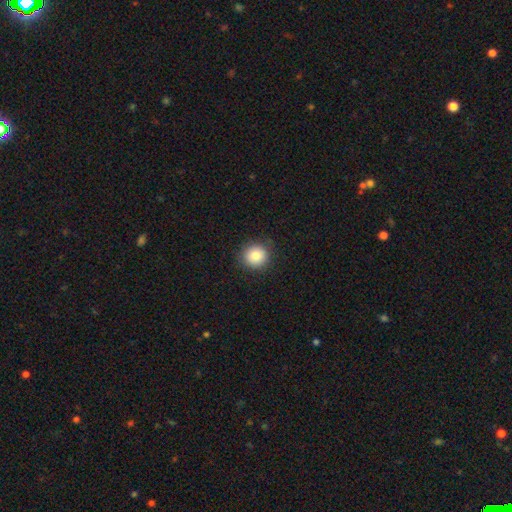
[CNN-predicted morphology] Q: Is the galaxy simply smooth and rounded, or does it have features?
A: smooth — 84%.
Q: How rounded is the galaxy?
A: round — 91%.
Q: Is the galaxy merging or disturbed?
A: none — 88%.